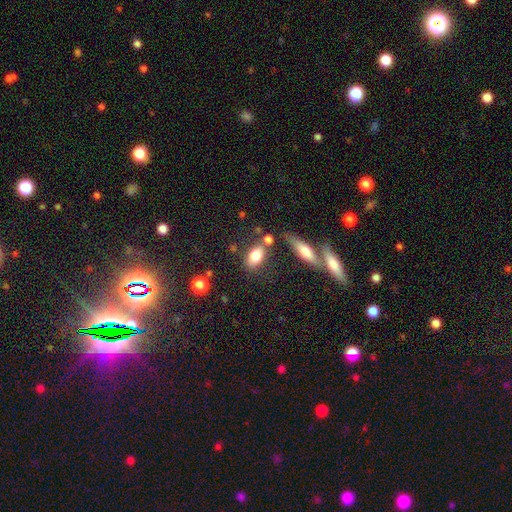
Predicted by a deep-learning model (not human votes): Smooth or featured? smooth (78%)
How rounded? in between (83%)
Merging? none (66%)